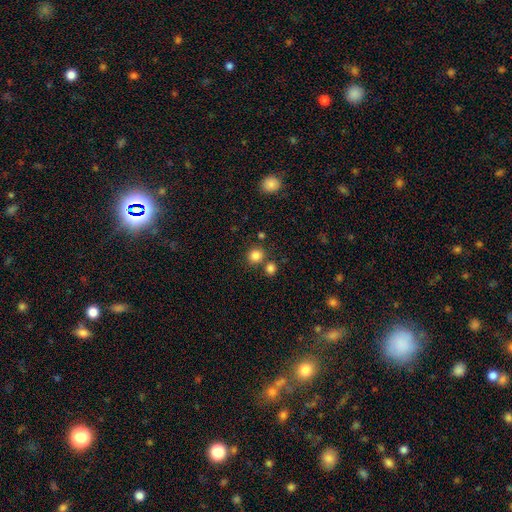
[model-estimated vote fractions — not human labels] A smooth galaxy with no disk features (84%) that is round (85%). Merging: none (73%).